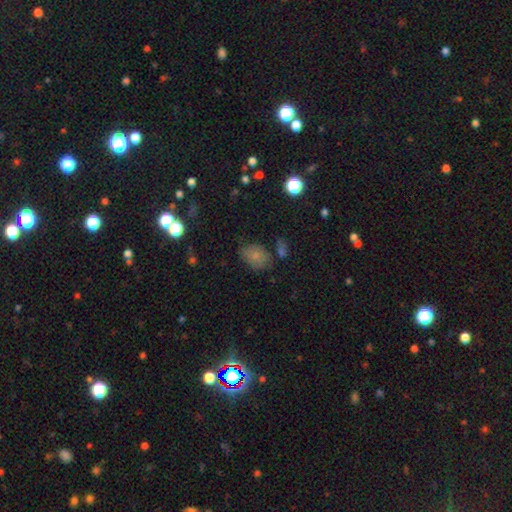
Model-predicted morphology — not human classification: type=smooth (75%); roundness=in between (64%); merging=none (63%).